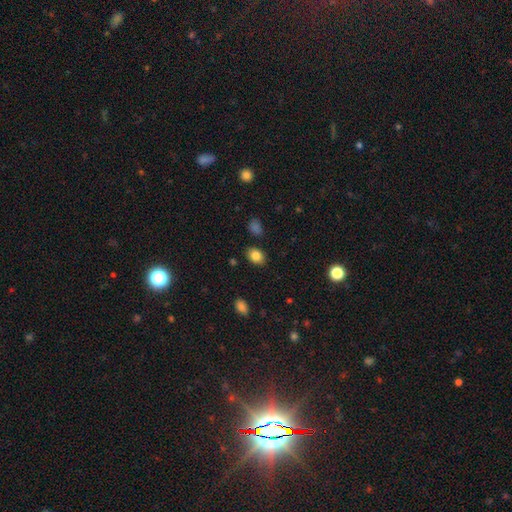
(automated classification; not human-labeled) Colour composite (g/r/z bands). It shows a smooth galaxy with no disk features (84%) that is in between round and cigar-shaped (73%). Merging: none (86%).